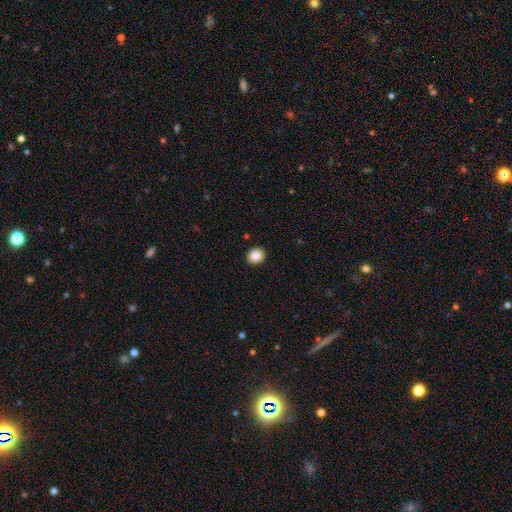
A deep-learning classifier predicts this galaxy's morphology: Overall: smooth (86%). How rounded: round (80%). Merging: none (93%).